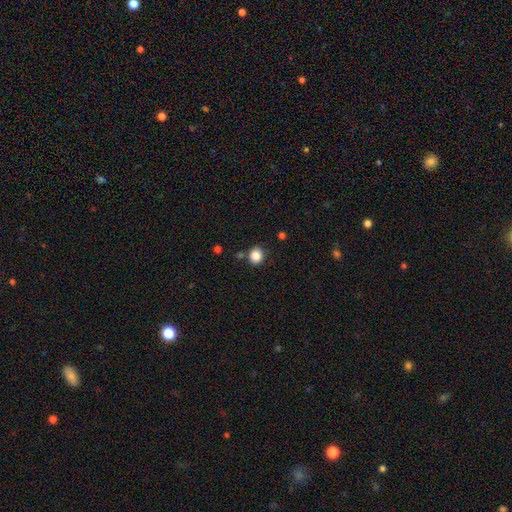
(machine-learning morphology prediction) Smooth or featured? Predicted: smooth (p=0.86). How rounded? Predicted: round (p=0.78). Merging? Predicted: none (p=0.82).